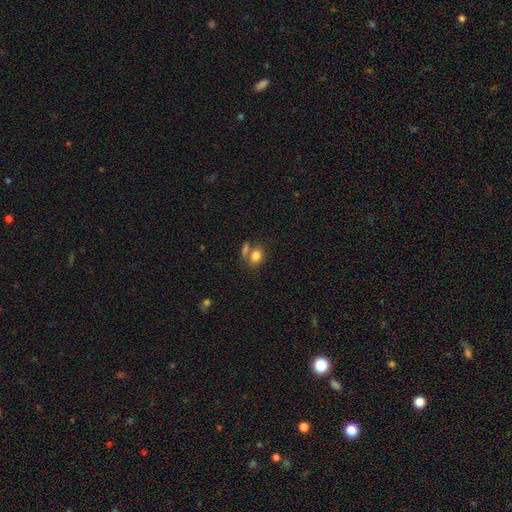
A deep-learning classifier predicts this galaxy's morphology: Smooth or featured: smooth — 81% (star or artifact — 10%)
How rounded: in between — 66% (round — 33%)
Merging: none — 51% (merger — 31%)